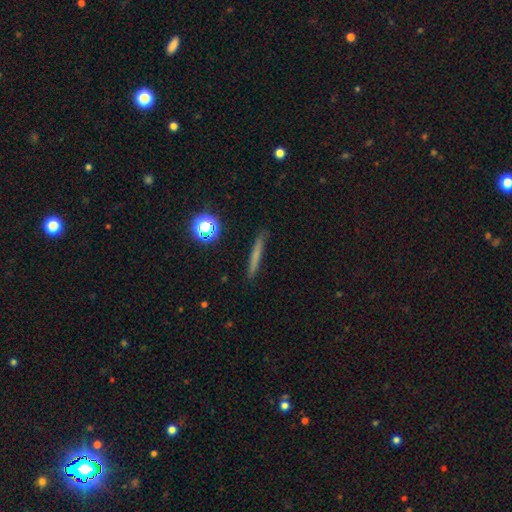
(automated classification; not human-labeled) A smooth galaxy with no disk features (63%) that is cigar-shaped (92%).

Vote fractions:
- Smooth or featured? smooth: 63% / featured or disk: 25% / star or artifact: 12%
- How rounded? cigar-shaped: 92% / round: 4% / in between: 4%
- Merging? none: 88% / minor disturbance: 8% / major disturbance: 2% / merger: 1%